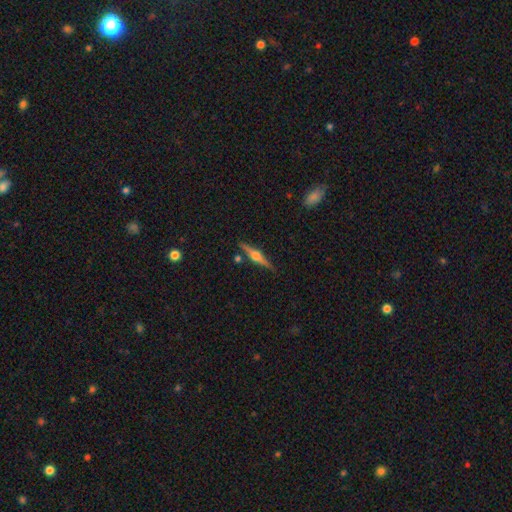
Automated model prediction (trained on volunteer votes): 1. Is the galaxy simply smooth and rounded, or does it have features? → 80% featured or disk, 14% smooth, 6% star or artifact.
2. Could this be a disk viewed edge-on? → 98% yes, 2% no.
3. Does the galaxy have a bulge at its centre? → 93% rounded, 6% boxy, 2% none.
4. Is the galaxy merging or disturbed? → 86% none, 8% minor disturbance, 3% merger, 2% major disturbance.